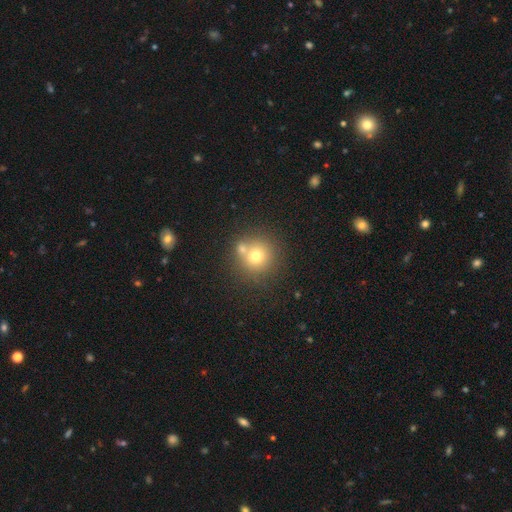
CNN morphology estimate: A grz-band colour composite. It shows a smooth galaxy with no disk features (70%) that is round (92%). Merging: none (58%).